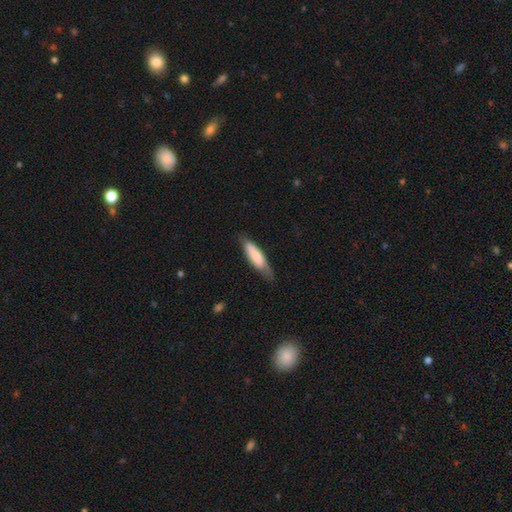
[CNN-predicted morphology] A smooth galaxy with no disk features (74%) that is cigar-shaped (65%).

Vote fractions:
- Smooth or featured? smooth: 74% / featured or disk: 21% / star or artifact: 5%
- How rounded? cigar-shaped: 65% / in between: 34% / round: 1%
- Merging? none: 65% / minor disturbance: 27% / major disturbance: 6% / merger: 2%